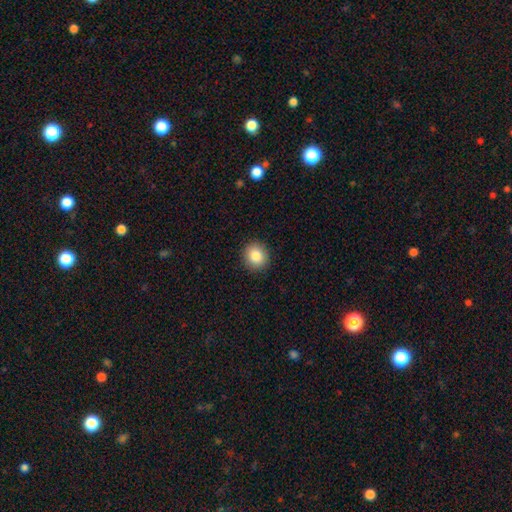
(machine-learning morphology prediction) A smooth galaxy with no disk features (85%) that is round (82%).

Vote fractions:
- Smooth or featured? smooth: 85% / star or artifact: 9% / featured or disk: 6%
- How rounded? round: 82% / in between: 17% / cigar-shaped: 1%
- Merging? none: 91% / minor disturbance: 6% / major disturbance: 2% / merger: 1%